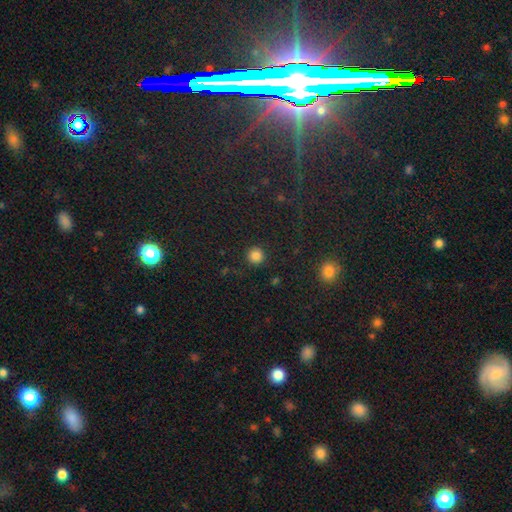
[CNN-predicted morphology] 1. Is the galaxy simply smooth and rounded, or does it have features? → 85% smooth, 12% star or artifact, 4% featured or disk.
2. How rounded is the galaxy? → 95% round, 5% in between, 1% cigar-shaped.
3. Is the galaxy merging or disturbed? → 91% none, 6% minor disturbance, 2% major disturbance, 1% merger.